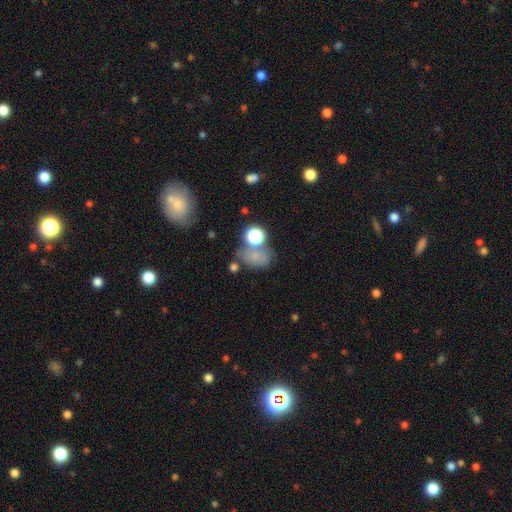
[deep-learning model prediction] Morphology: type=smooth (65%); roundness=in between (63%); merging=none (45%).